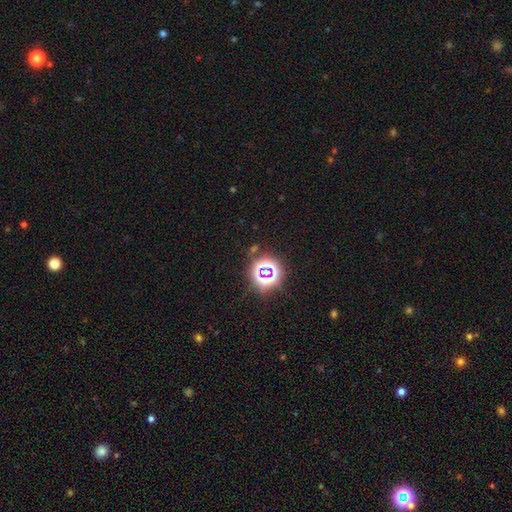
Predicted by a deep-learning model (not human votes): The model was most divided on "smooth or featured": star or artifact: 76%, smooth: 17%, featured or disk: 7%.